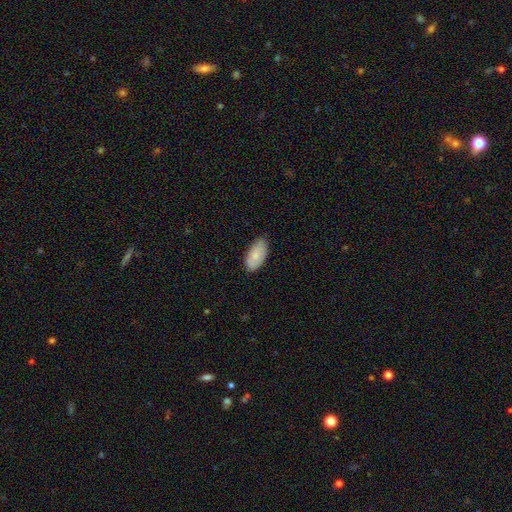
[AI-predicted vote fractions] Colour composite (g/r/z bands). It shows a smooth galaxy with no disk features (82%) that is in between round and cigar-shaped (94%). Merging: none (79%).